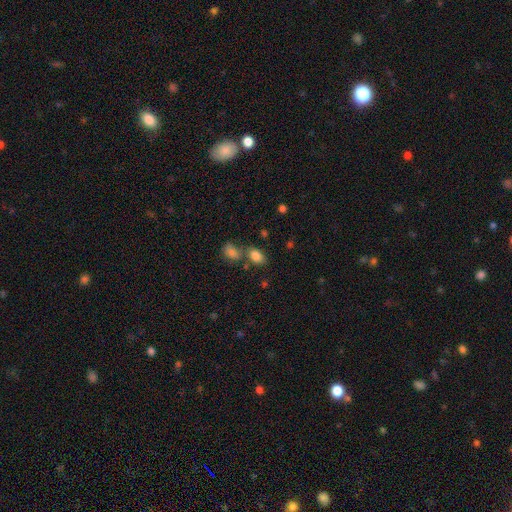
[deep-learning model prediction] Smooth or featured?
  - smooth: 83% *
  - star or artifact: 10%
  - featured or disk: 7%
How rounded?
  - in between: 84% *
  - round: 14%
  - cigar-shaped: 2%
Merging?
  - none: 59% *
  - merger: 24%
  - minor disturbance: 13%
  - major disturbance: 4%